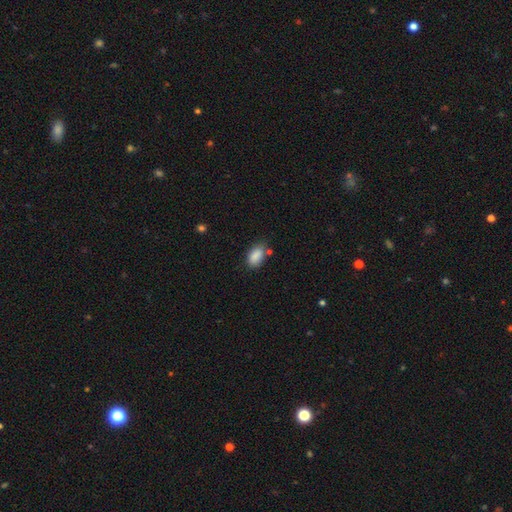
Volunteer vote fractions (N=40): smooth-or-featured: smooth: 95% | star or artifact: 5% | featured or disk: 0%
  how-rounded: in between: 92% | round: 5% | cigar-shaped: 3%
  merging: none: 68% | minor disturbance: 26% | merger: 5% | major disturbance: 0%